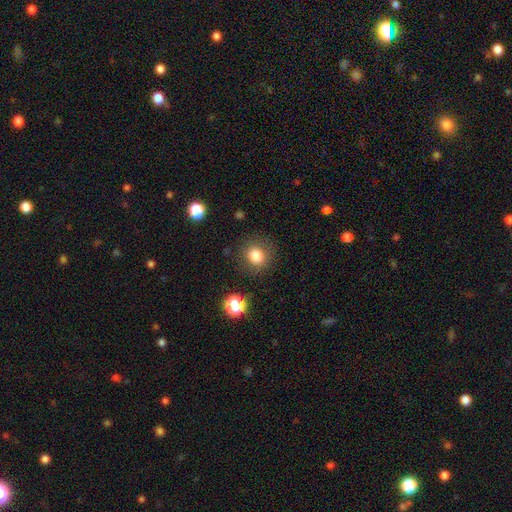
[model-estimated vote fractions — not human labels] A smooth galaxy with no disk features (81%) that is round (83%).

Vote fractions:
- Smooth or featured? smooth: 81% / star or artifact: 12% / featured or disk: 7%
- How rounded? round: 83% / in between: 16% / cigar-shaped: 1%
- Merging? none: 83% / minor disturbance: 10% / major disturbance: 5% / merger: 2%